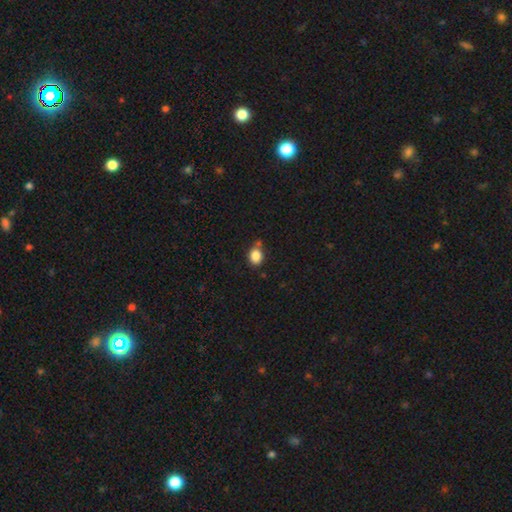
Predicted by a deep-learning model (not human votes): smooth-or-featured: smooth: 86% | star or artifact: 10% | featured or disk: 5%
  how-rounded: in between: 57% | round: 42% | cigar-shaped: 1%
  merging: none: 68% | minor disturbance: 18% | merger: 11% | major disturbance: 4%